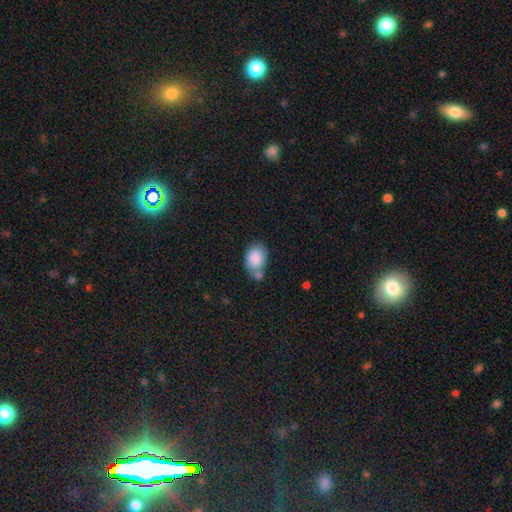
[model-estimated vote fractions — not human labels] Smooth or featured: smooth — 83% (star or artifact — 10%)
How rounded: in between — 69% (round — 29%)
Merging: none — 56% (merger — 22%)